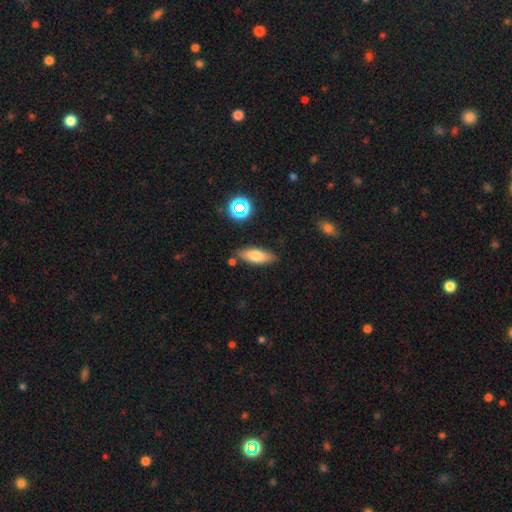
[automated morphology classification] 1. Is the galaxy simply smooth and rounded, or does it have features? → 71% smooth, 20% featured or disk, 9% star or artifact.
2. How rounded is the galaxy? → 66% in between, 31% cigar-shaped, 3% round.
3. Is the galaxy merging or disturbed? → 80% none, 13% minor disturbance, 4% merger, 3% major disturbance.